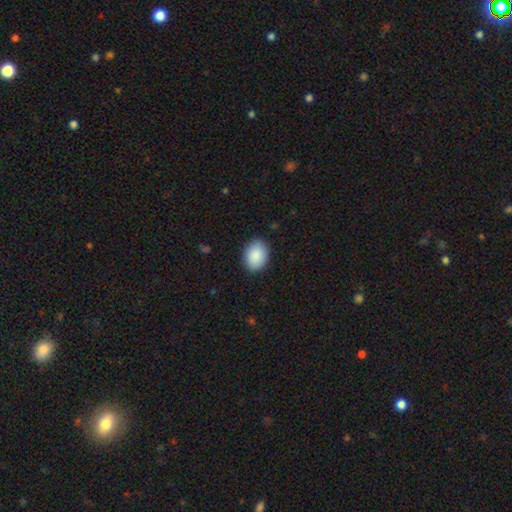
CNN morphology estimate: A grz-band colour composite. It shows a smooth galaxy with no disk features (90%) that is in between round and cigar-shaped (75%). Merging: none (88%).